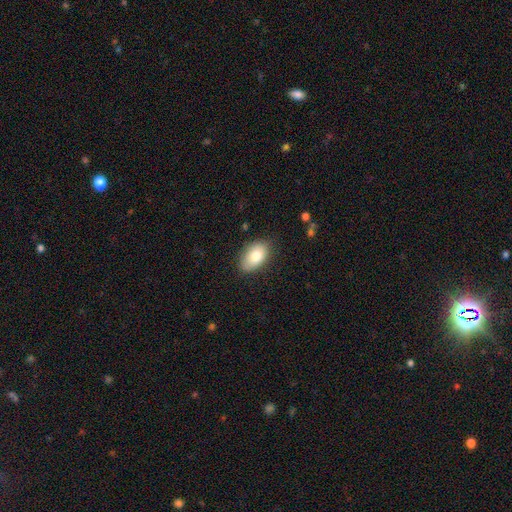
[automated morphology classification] Smooth or featured? Predicted: smooth (p=0.79). How rounded? Predicted: in between (p=0.92). Merging? Predicted: none (p=0.81).